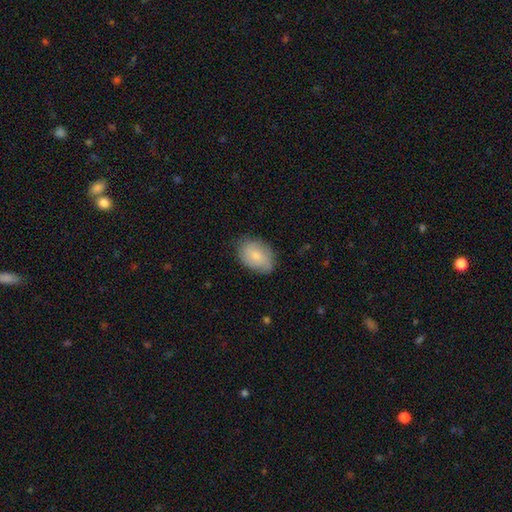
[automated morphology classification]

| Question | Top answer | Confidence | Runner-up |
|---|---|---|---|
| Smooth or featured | smooth | 61% | featured or disk (32%) |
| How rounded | in between | 86% | round (13%) |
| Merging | none | 76% | minor disturbance (19%) |